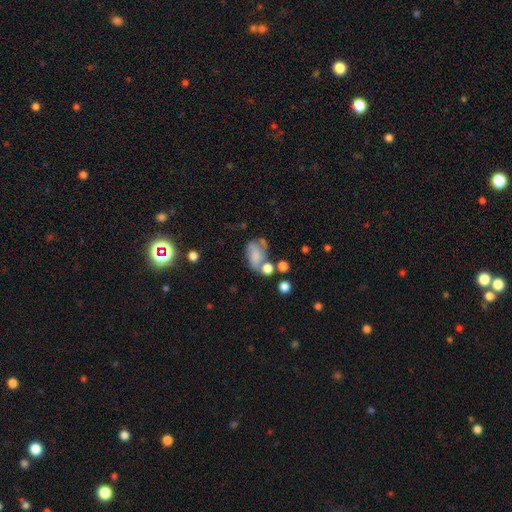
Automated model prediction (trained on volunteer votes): smooth_or_featured: smooth (p=0.59) [alt: featured or disk p=0.30]
how_rounded: in between (p=0.80) [alt: round p=0.18]
merging: merger (p=0.27) [tied with: none p=0.27]